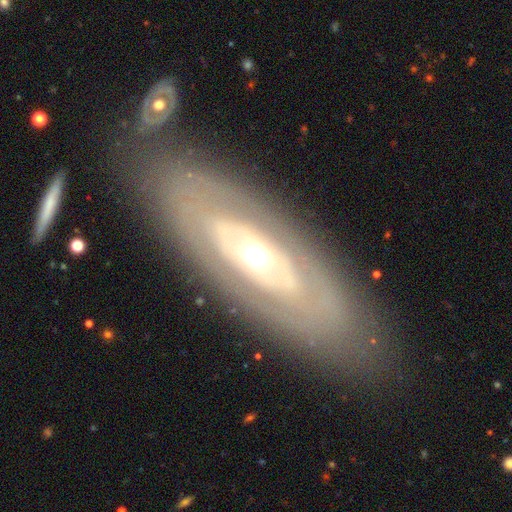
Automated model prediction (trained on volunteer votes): The model was most divided on "bulge size": moderate: 67%, small: 22%, large: 9%, dominant: 2%, none: 1%. More confident: bar — no (85%); edge-on disk — no (83%); merging — none (82%); spiral arms — no (77%); smooth or featured — featured or disk (73%).